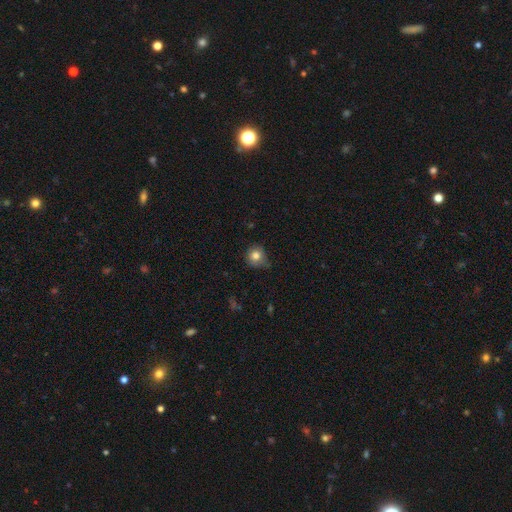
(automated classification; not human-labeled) smooth_or_featured: smooth (p=0.81) [alt: star or artifact p=0.11]
how_rounded: round (p=0.88) [alt: in between p=0.11]
merging: none (p=0.65) [alt: minor disturbance p=0.27]